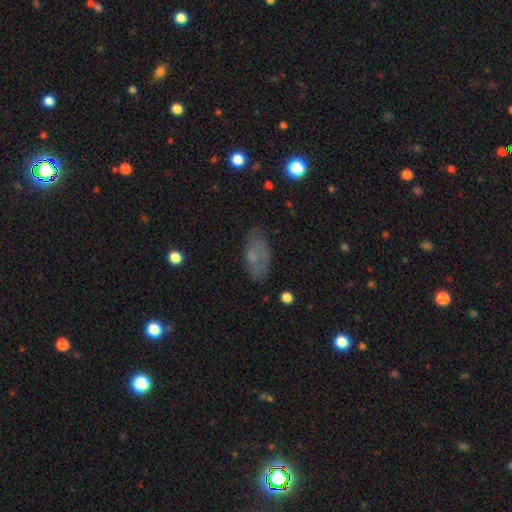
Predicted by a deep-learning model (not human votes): Q: Smooth or featured?
A: smooth (61%); runner-up: featured or disk (27%)
Q: How rounded?
A: in between (90%); runner-up: cigar-shaped (6%)
Q: Merging?
A: none (66%); runner-up: minor disturbance (23%)